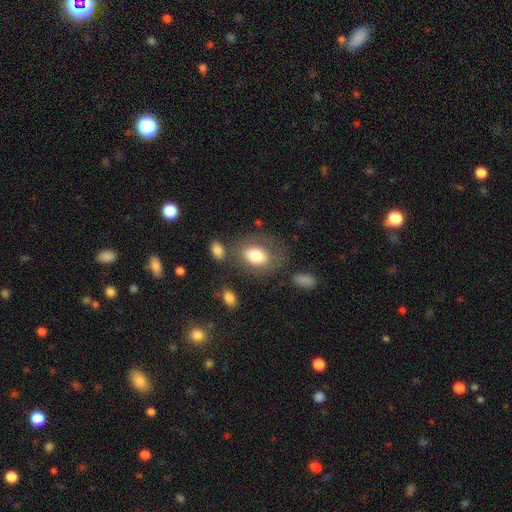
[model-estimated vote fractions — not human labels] A smooth galaxy with no disk features (76%) that is in between round and cigar-shaped (71%). Merging: none (62%).